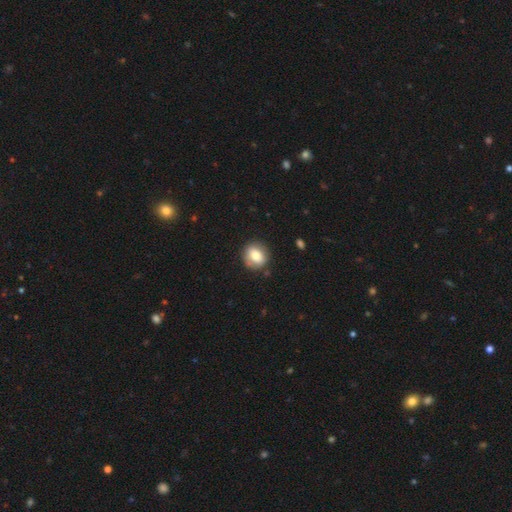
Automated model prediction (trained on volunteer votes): This is likely a smooth galaxy (73%). How rounded: likely round (78%). Merging: clearly none (85%).